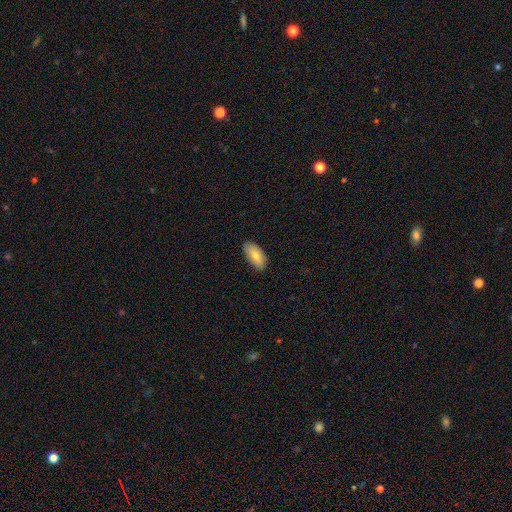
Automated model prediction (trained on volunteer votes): smooth-or-featured: smooth: 77% | featured or disk: 16% | star or artifact: 7%
  how-rounded: in between: 92% | cigar-shaped: 5% | round: 2%
  merging: none: 84% | minor disturbance: 13% | major disturbance: 2% | merger: 1%